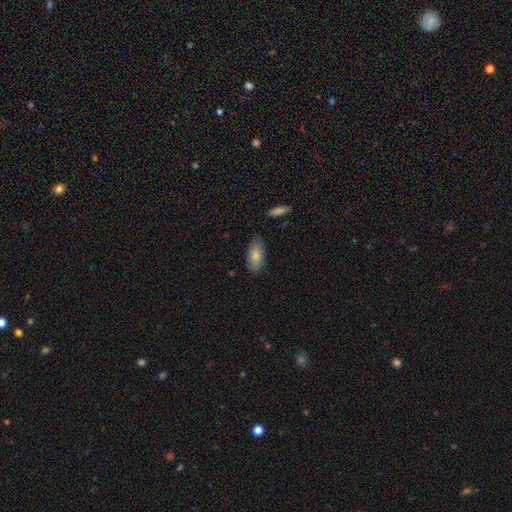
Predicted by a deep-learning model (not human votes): Overall: smooth (83%). How rounded: in between (88%). Merging: none (83%).